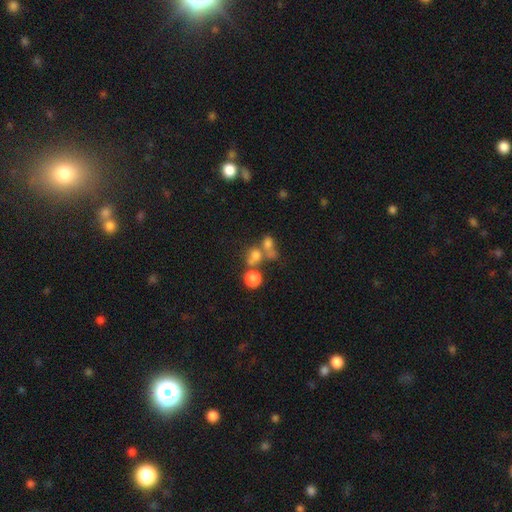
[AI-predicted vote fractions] Q: Smooth or featured?
A: smooth (62%); runner-up: star or artifact (21%)
Q: How rounded?
A: round (65%); runner-up: in between (32%)
Q: Merging?
A: merger (45%); runner-up: none (36%)